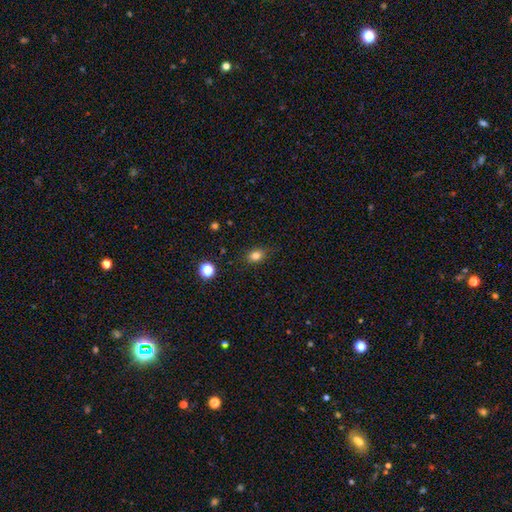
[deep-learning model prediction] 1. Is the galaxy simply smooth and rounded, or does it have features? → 80% smooth, 13% star or artifact, 7% featured or disk.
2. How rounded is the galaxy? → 64% in between, 35% round, 1% cigar-shaped.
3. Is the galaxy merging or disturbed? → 84% none, 12% minor disturbance, 3% major disturbance, 1% merger.